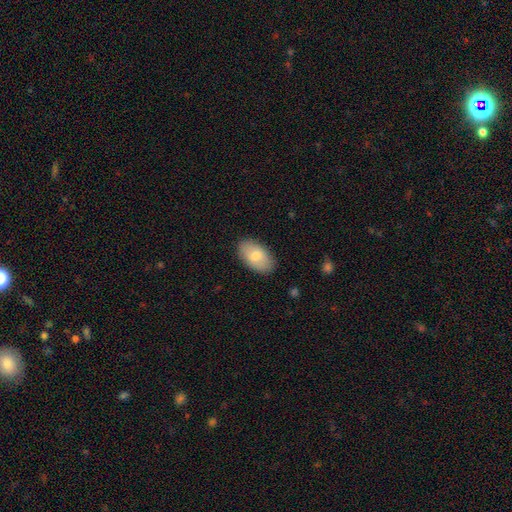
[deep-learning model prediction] This is likely a smooth galaxy (76%). How rounded: clearly in between (94%). Merging: clearly none (87%).